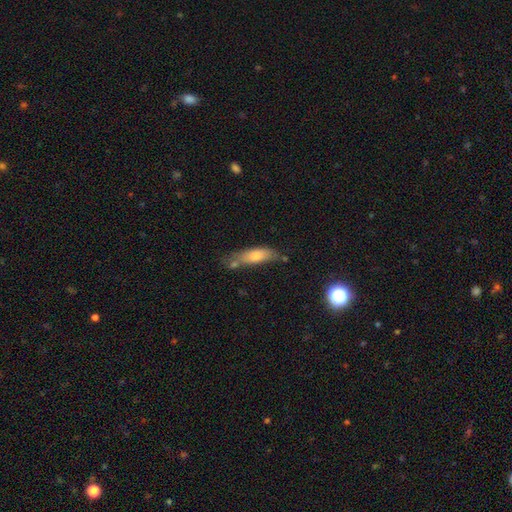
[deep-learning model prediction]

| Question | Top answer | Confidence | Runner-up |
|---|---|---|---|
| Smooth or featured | smooth | 66% | featured or disk (26%) |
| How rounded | cigar-shaped | 53% | in between (45%) |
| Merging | none | 52% | minor disturbance (24%) |